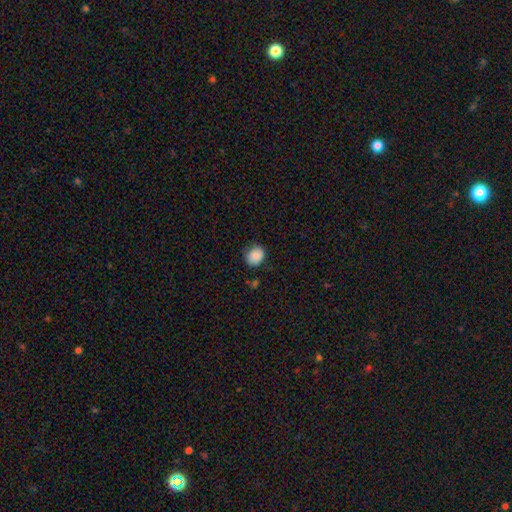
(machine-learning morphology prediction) This appears to be a smooth galaxy with no disk features (87%) that is round (65%). Merging: none (76%).